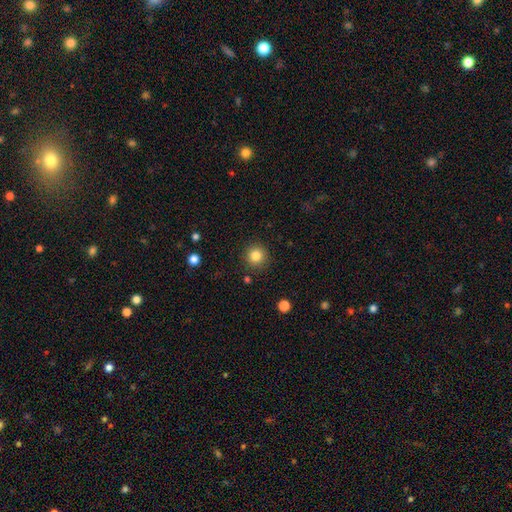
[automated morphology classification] The model was most divided on "smooth or featured": smooth: 83%, star or artifact: 11%, featured or disk: 6%. More confident: how rounded — round (94%); merging — none (90%).